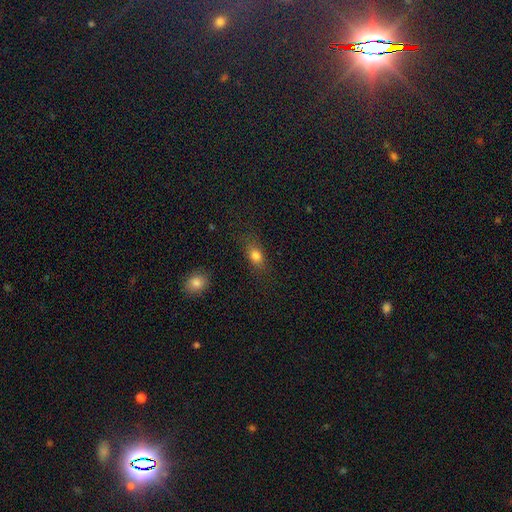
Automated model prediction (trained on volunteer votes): Q: Smooth or featured?
A: smooth (80%); runner-up: star or artifact (11%)
Q: How rounded?
A: in between (73%); runner-up: round (19%)
Q: Merging?
A: none (77%); runner-up: minor disturbance (16%)